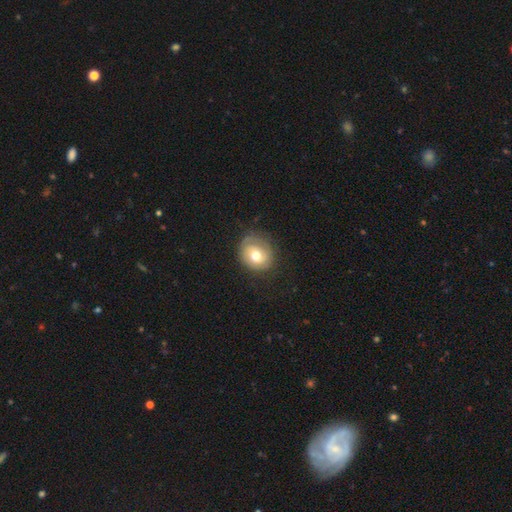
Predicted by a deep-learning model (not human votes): The model was most divided on "smooth or featured": smooth: 61%, featured or disk: 31%, star or artifact: 8%. More confident: how rounded — round (68%); merging — none (67%).